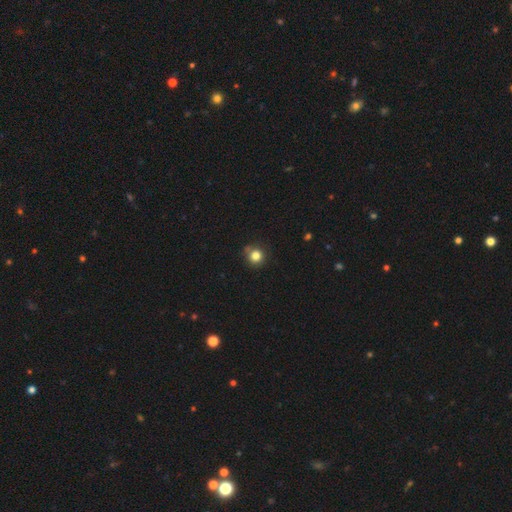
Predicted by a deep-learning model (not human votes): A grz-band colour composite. It shows a smooth galaxy with no disk features (82%) that is round (92%). Merging: none (77%).